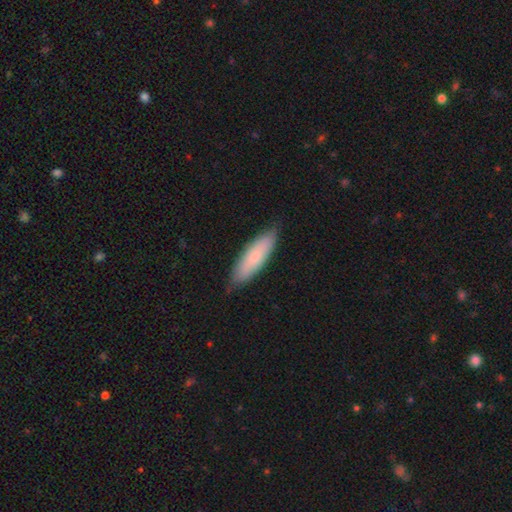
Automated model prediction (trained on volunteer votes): A smooth galaxy with no disk features (77%) that is cigar-shaped (56%).

Vote fractions:
- Smooth or featured? smooth: 77% / featured or disk: 17% / star or artifact: 5%
- How rounded? cigar-shaped: 56% / in between: 43% / round: 2%
- Merging? none: 81% / minor disturbance: 15% / major disturbance: 2% / merger: 1%